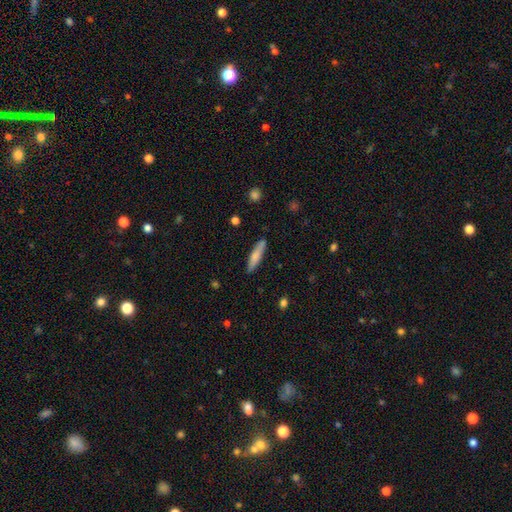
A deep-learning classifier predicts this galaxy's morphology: This is likely a smooth galaxy (73%). How rounded: clearly cigar-shaped (80%). Merging: clearly none (84%).